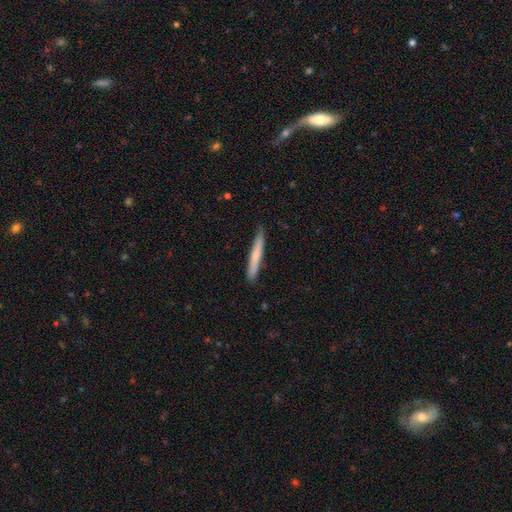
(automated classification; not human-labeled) This is likely a smooth galaxy (69%). How rounded: clearly cigar-shaped (96%). Merging: clearly none (87%).